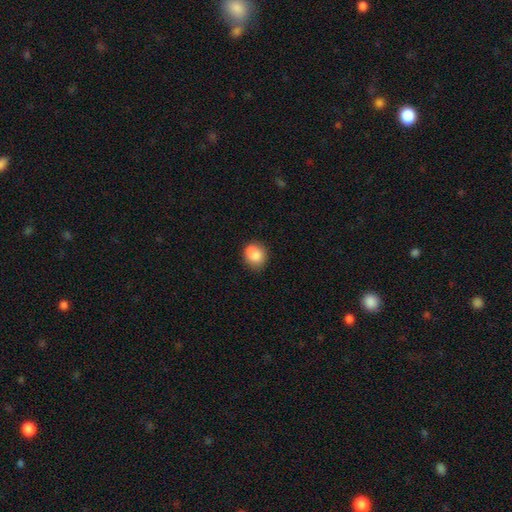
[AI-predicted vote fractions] Smooth or featured?
  - smooth: 79% *
  - featured or disk: 12%
  - star or artifact: 9%
How rounded?
  - round: 53% *
  - in between: 45%
  - cigar-shaped: 1%
Merging?
  - none: 53% *
  - merger: 23%
  - minor disturbance: 19%
  - major disturbance: 6%